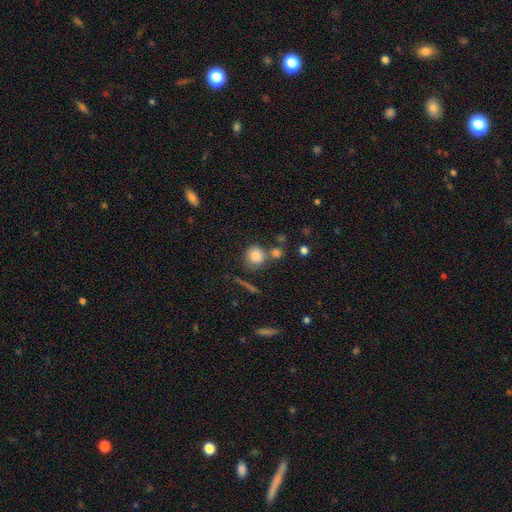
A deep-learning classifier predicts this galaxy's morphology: Overall: smooth (82%). How rounded: round (86%). Merging: none (65%).